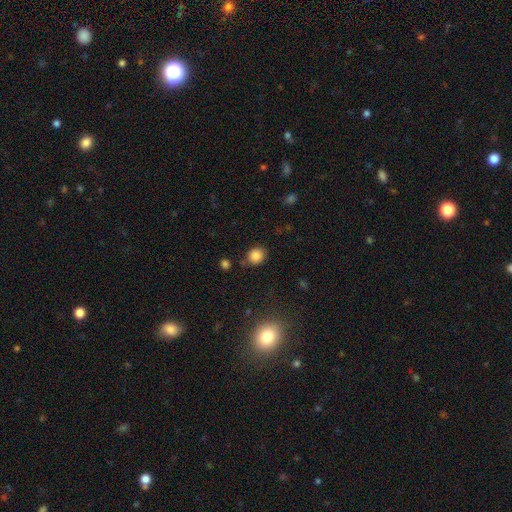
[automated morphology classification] smooth 84%, star or artifact 12%, featured or disk 5%. Down the decision tree: how rounded — round (74%); merging — none (75%).